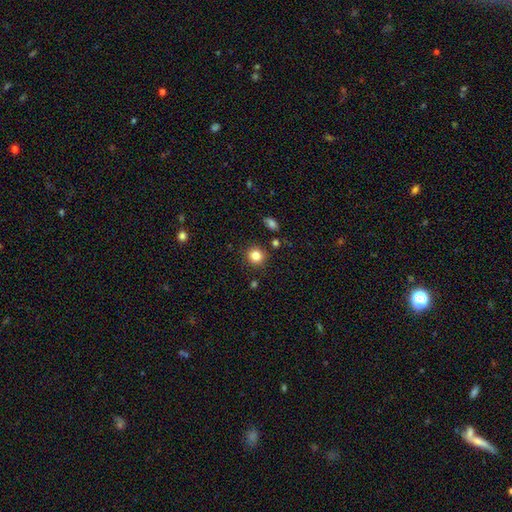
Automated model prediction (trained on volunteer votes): Overall: smooth (83%). How rounded: round (90%). Merging: none (87%).